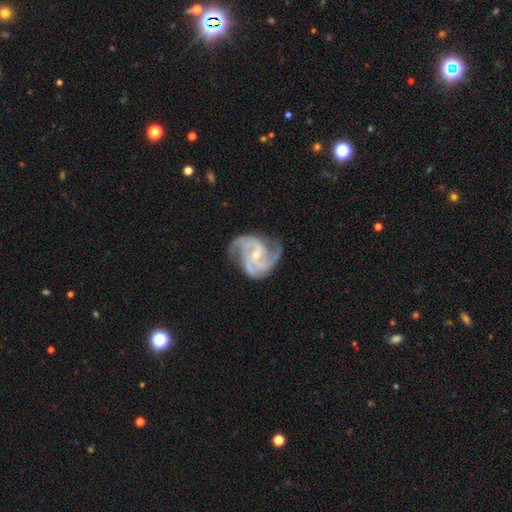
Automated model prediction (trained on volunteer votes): This appears to be a featured or disk galaxy (92%) with no bar (44%), 3 (41%) medium (54%) spiral arms (98%) and a small central bulge (60%). Merging: none (67%).